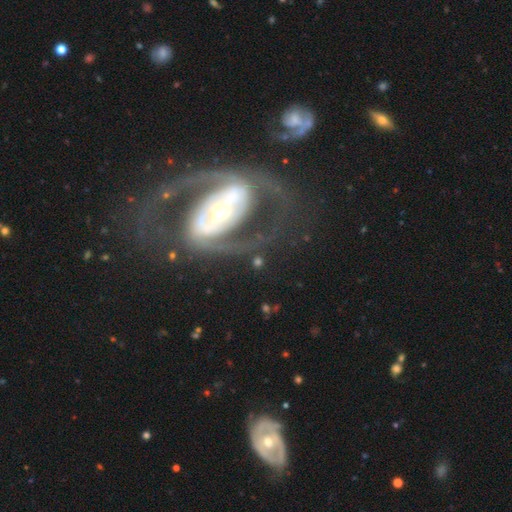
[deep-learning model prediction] smooth_or_featured: featured or disk (p=0.87) [alt: smooth p=0.08]
disk_edge_on: no (p=0.96) [alt: yes p=0.04]
bar: strong (p=0.48) [alt: no p=0.26]
has_spiral_arms: yes (p=0.87) [alt: no p=0.13]
spiral_winding: medium (p=0.51) [alt: tight p=0.25]
spiral_arm_count: 2 (p=0.89) [alt: can't tell p=0.05]
bulge_size: moderate (p=0.63) [alt: small p=0.18]
merging: none (p=0.65) [alt: major disturbance p=0.18]